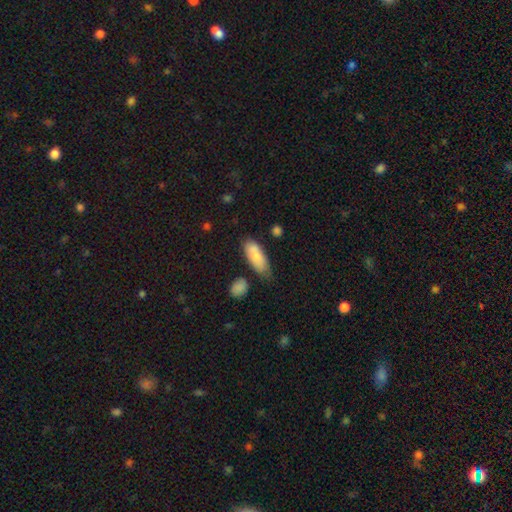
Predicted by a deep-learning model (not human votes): The model was most divided on "merging": none: 54%, minor disturbance: 30%, merger: 8%, major disturbance: 7%. More confident: how rounded — in between (80%); smooth or featured — smooth (78%).